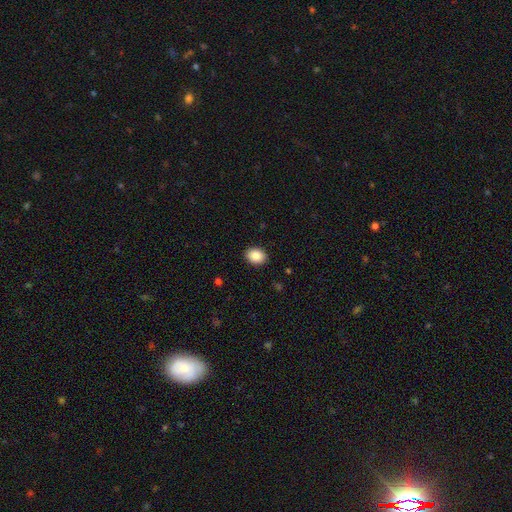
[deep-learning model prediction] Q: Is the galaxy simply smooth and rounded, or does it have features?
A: smooth — 89%.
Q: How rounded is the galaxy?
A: in between — 60%.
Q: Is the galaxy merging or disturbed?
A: none — 90%.